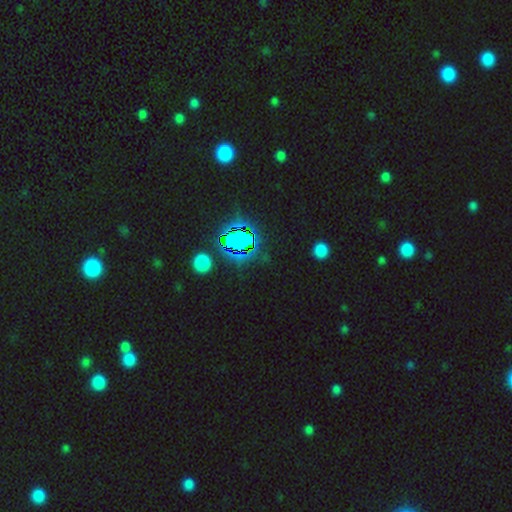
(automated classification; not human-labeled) Q: Smooth or featured?
A: star or artifact (75%); runner-up: smooth (15%)